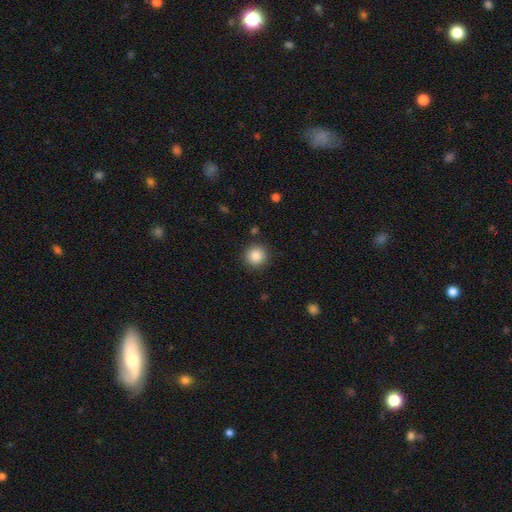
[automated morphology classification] Smooth or featured: smooth — 86% (star or artifact — 9%)
How rounded: round — 94% (in between — 5%)
Merging: none — 89% (minor disturbance — 7%)